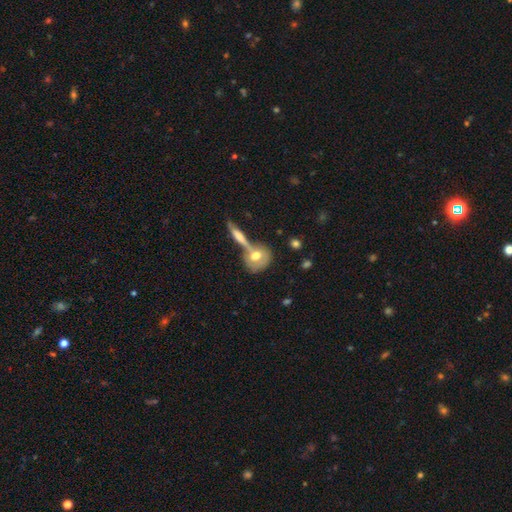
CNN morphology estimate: Smooth or featured? Predicted: smooth (p=0.60). How rounded? Predicted: round (p=0.54). Merging? Predicted: none (p=0.41).